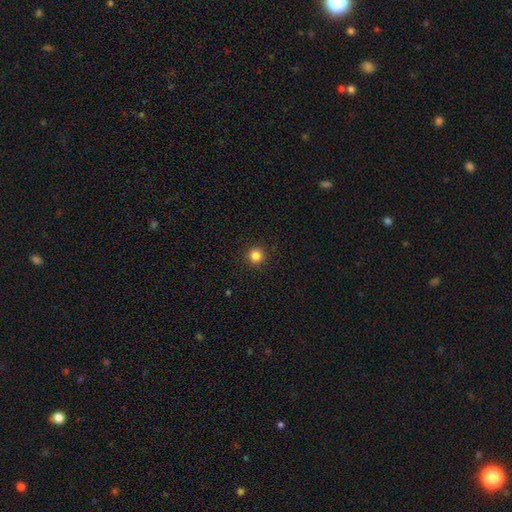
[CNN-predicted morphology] Overall: smooth (85%). How rounded: round (95%). Merging: none (93%).